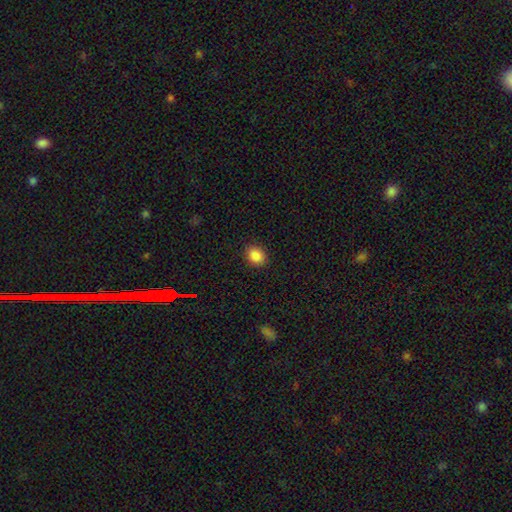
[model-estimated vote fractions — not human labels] Smooth or featured? Predicted: smooth (p=0.88). How rounded? Predicted: in between (p=0.50). Merging? Predicted: none (p=0.89).